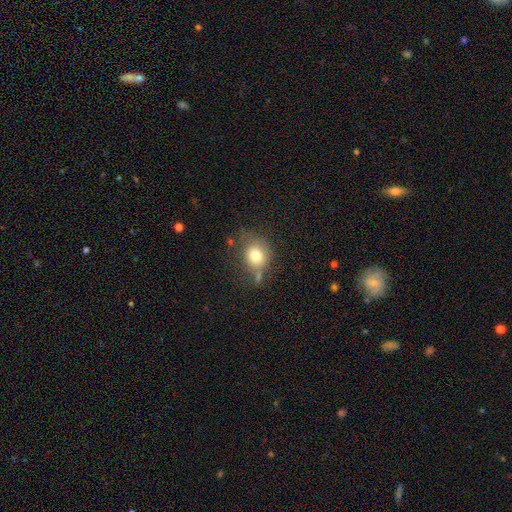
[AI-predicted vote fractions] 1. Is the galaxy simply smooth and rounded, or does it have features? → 77% smooth, 12% featured or disk, 12% star or artifact.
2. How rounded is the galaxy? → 69% round, 30% in between, 1% cigar-shaped.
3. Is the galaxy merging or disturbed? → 61% none, 21% minor disturbance, 10% merger, 8% major disturbance.